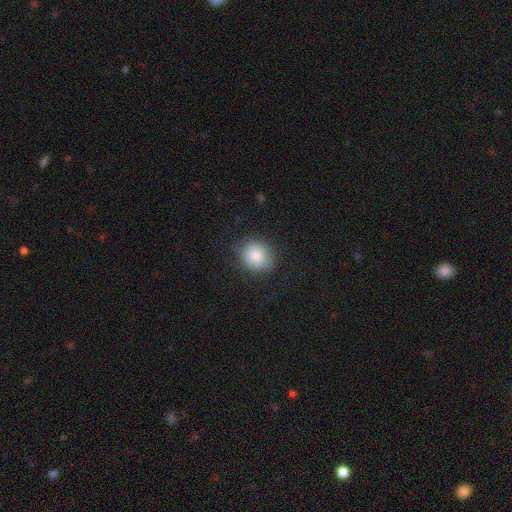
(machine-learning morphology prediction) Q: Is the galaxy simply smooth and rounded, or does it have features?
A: smooth — 80%.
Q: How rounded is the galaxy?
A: round — 73%.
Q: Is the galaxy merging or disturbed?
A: none — 76%.